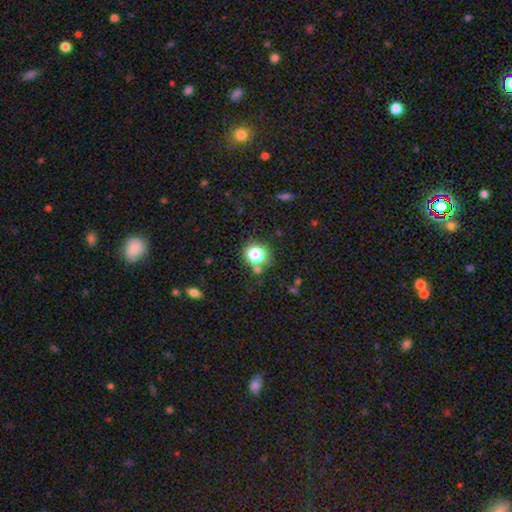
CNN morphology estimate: Smooth or featured? smooth (68%)
How rounded? round (88%)
Merging? none (76%)